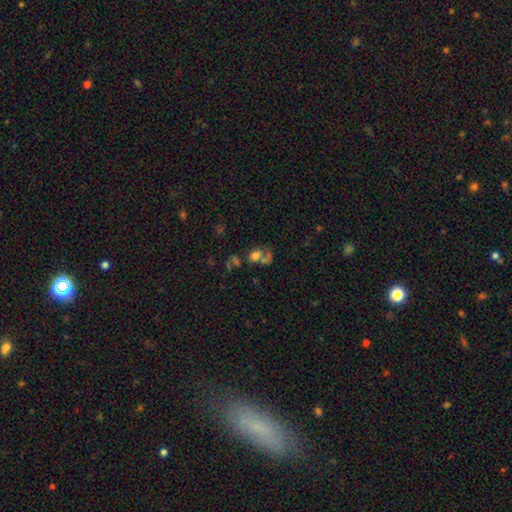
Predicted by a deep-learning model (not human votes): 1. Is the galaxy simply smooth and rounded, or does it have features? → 56% smooth, 27% featured or disk, 17% star or artifact.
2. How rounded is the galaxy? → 56% in between, 42% round, 2% cigar-shaped.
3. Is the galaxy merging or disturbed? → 51% merger, 23% none, 16% major disturbance, 10% minor disturbance.